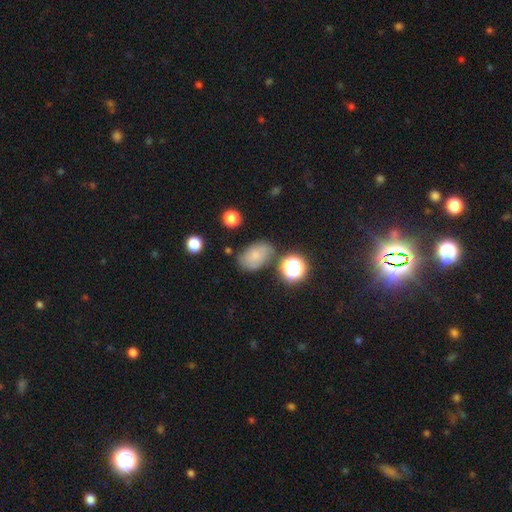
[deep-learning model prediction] smooth-or-featured: smooth: 69% | featured or disk: 17% | star or artifact: 14%
  how-rounded: in between: 84% | round: 15% | cigar-shaped: 1%
  merging: none: 67% | minor disturbance: 20% | merger: 7% | major disturbance: 6%